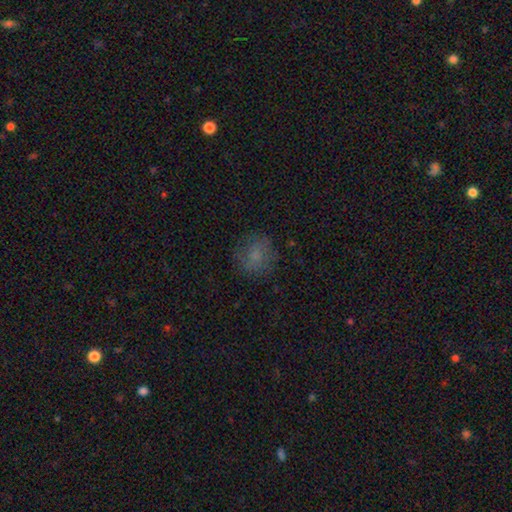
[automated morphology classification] Smooth or featured?
  - smooth: 69% *
  - featured or disk: 18%
  - star or artifact: 13%
How rounded?
  - round: 80% *
  - in between: 19%
  - cigar-shaped: 1%
Merging?
  - none: 76% *
  - minor disturbance: 16%
  - major disturbance: 7%
  - merger: 1%